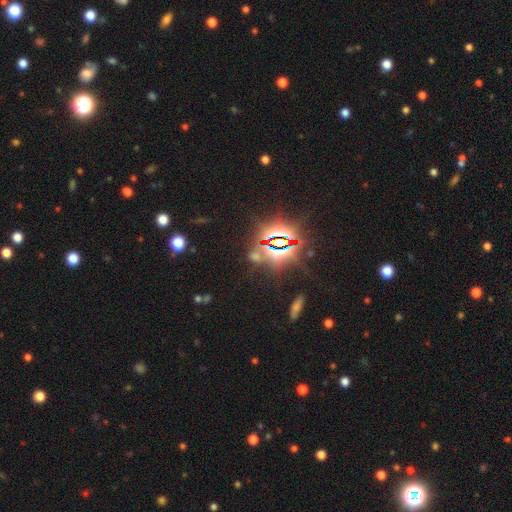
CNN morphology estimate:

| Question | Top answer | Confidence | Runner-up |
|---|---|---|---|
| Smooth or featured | star or artifact | 77% | smooth (15%) |